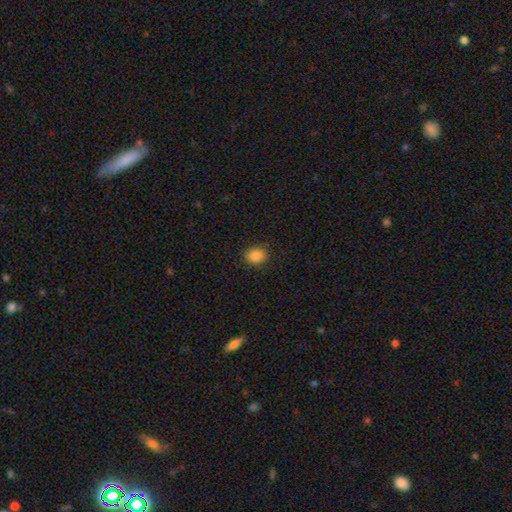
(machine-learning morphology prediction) smooth-or-featured: smooth: 86% | star or artifact: 10% | featured or disk: 4%
  how-rounded: round: 53% | in between: 46% | cigar-shaped: 1%
  merging: none: 88% | minor disturbance: 9% | major disturbance: 2% | merger: 1%